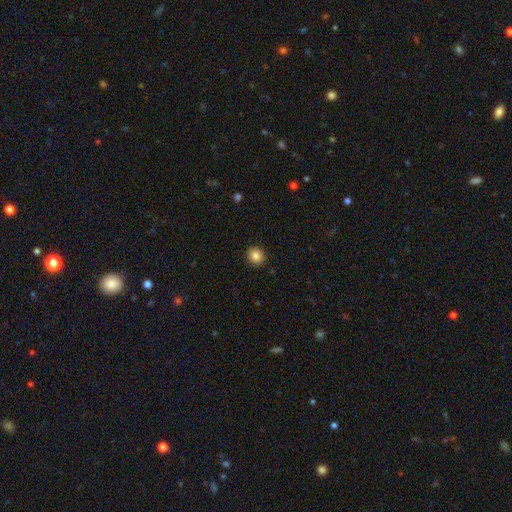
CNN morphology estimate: smooth 85%, star or artifact 10%, featured or disk 5%. Down the decision tree: how rounded — round (85%); merging — none (91%).